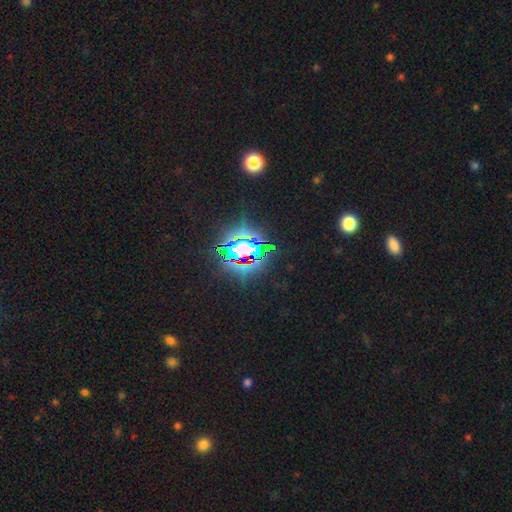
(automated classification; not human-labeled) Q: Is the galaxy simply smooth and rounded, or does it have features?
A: star or artifact — 77%.